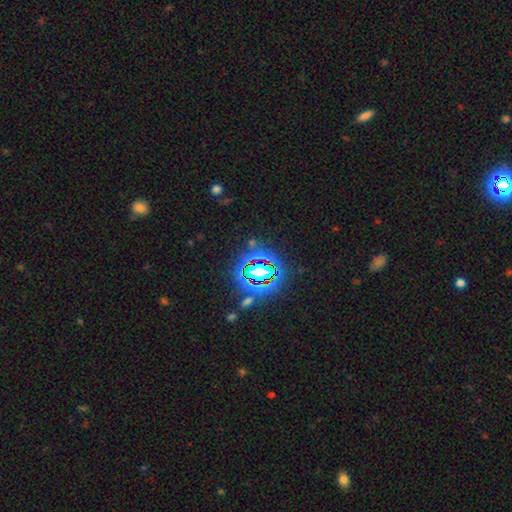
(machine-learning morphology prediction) Q: Smooth or featured?
A: star or artifact (81%); runner-up: smooth (12%)